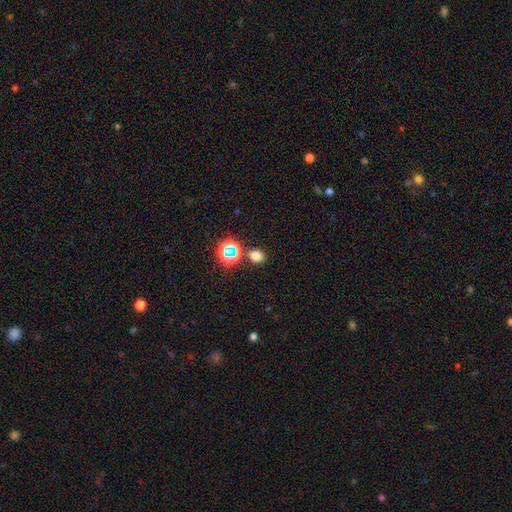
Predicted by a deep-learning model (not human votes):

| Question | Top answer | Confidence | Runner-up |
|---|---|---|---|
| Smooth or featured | smooth | 72% | star or artifact (23%) |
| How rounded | round | 63% | in between (36%) |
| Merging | none | 83% | minor disturbance (8%) |